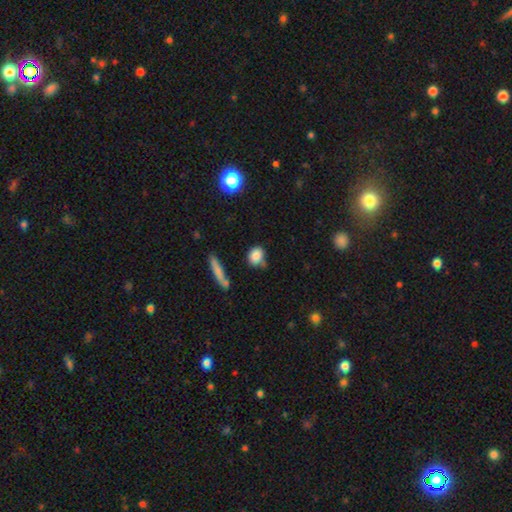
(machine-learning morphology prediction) A smooth galaxy with no disk features (83%) that is round (50%). Merging: none (63%).